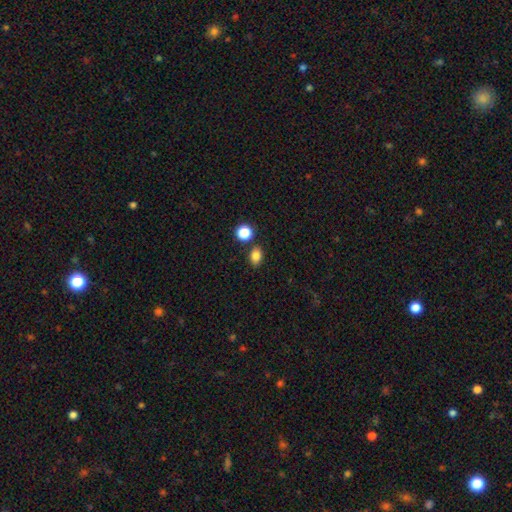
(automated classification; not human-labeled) The model was most divided on "how rounded": in between: 73%, round: 25%, cigar-shaped: 1%. More confident: smooth or featured — smooth (83%); merging — none (80%).